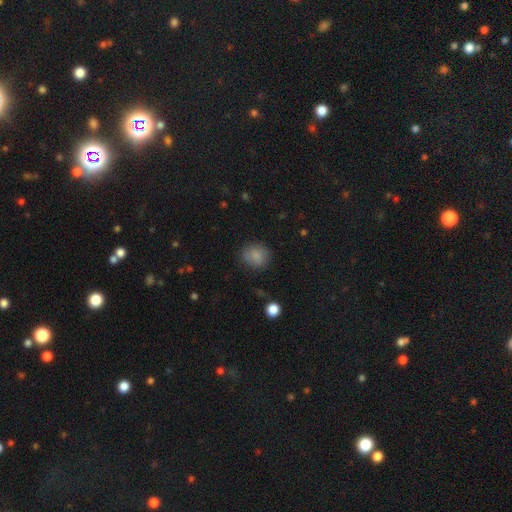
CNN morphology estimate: smooth-or-featured: smooth: 80% | featured or disk: 11% | star or artifact: 9%
  how-rounded: round: 75% | in between: 24% | cigar-shaped: 1%
  merging: none: 76% | minor disturbance: 17% | major disturbance: 5% | merger: 2%